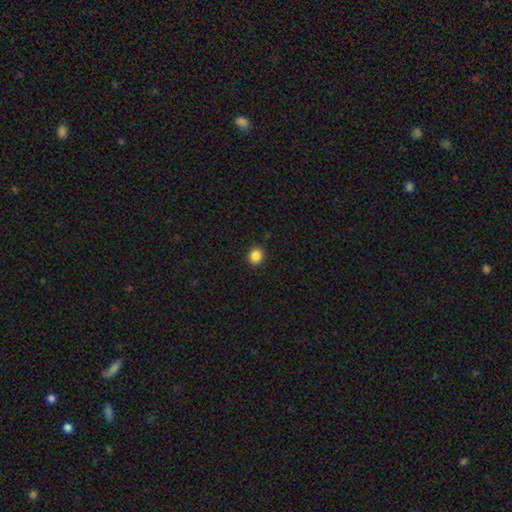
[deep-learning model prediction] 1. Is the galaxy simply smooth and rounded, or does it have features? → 86% smooth, 10% star or artifact, 3% featured or disk.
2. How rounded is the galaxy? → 84% round, 15% in between, 1% cigar-shaped.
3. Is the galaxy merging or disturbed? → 91% none, 6% minor disturbance, 2% major disturbance, 1% merger.